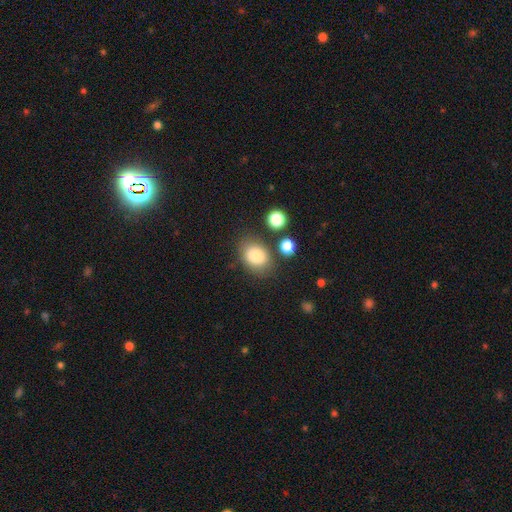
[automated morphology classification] The model was most divided on "how rounded": in between: 58%, round: 41%, cigar-shaped: 1%. More confident: smooth or featured — smooth (83%); merging — none (74%).